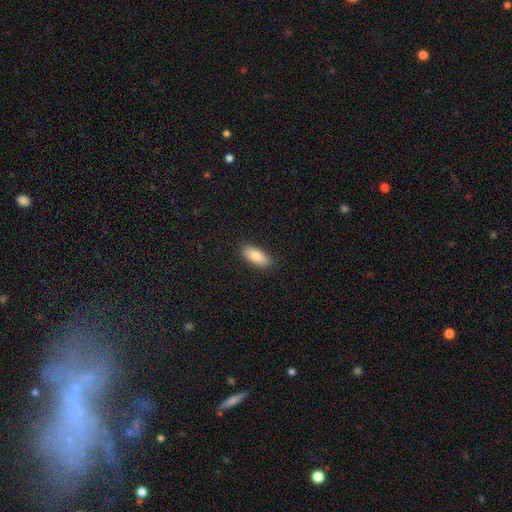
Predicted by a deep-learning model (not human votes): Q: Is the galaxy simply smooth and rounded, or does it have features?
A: smooth — 85%.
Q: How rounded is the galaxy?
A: in between — 82%.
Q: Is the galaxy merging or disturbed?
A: none — 89%.